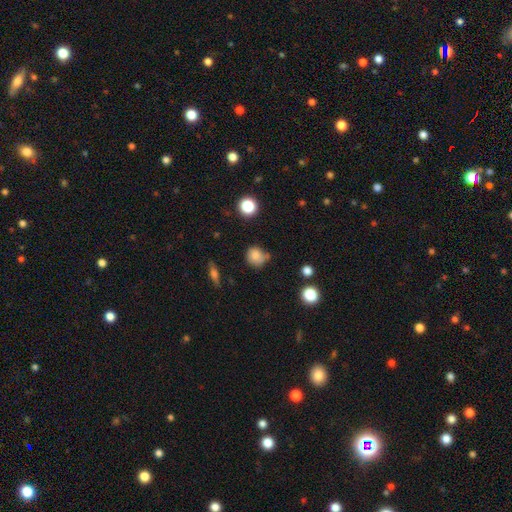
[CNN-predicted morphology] Smooth or featured: smooth — 80% (star or artifact — 12%)
How rounded: round — 84% (in between — 15%)
Merging: none — 61% (minor disturbance — 25%)